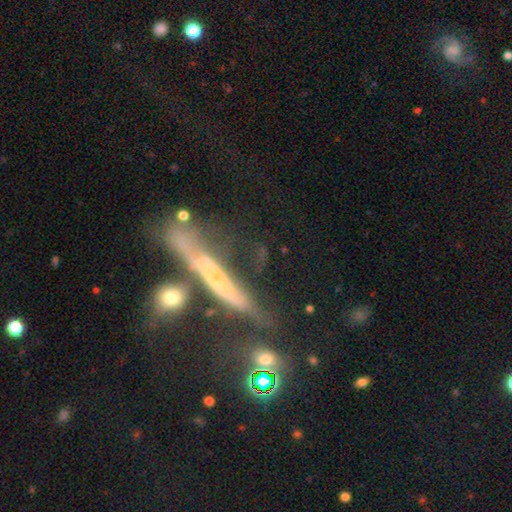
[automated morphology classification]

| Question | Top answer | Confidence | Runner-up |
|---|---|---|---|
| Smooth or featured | featured or disk | 50% | smooth (33%) |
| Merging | none | 39% | major disturbance (22%) |